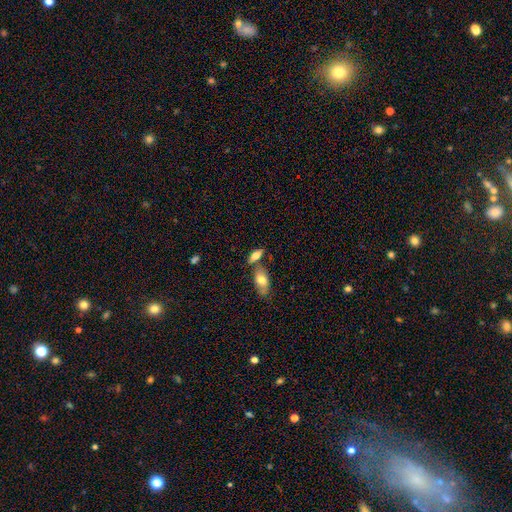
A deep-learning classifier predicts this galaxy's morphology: This appears to be a smooth galaxy with no disk features (69%) that is in between round and cigar-shaped (75%). Merging: none (56%).